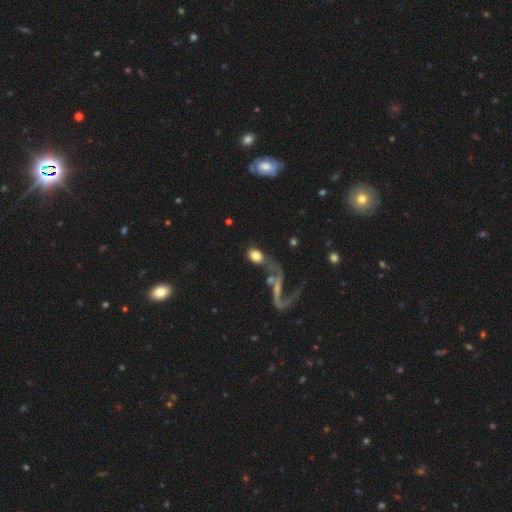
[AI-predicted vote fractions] smooth 70%, featured or disk 22%, star or artifact 9%. Down the decision tree: how rounded — in between (70%); merging — merger (36%).